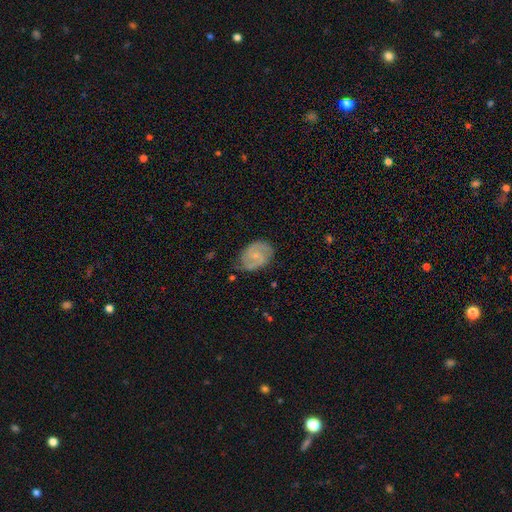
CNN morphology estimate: featured or disk 77%, smooth 17%, star or artifact 6%. Down the decision tree: edge-on disk — no (98%); bar — no (49%); spiral arms — yes (95%); spiral arm count — 2 (87%); spiral winding — medium (50%); bulge size — small (67%); merging — none (72%).